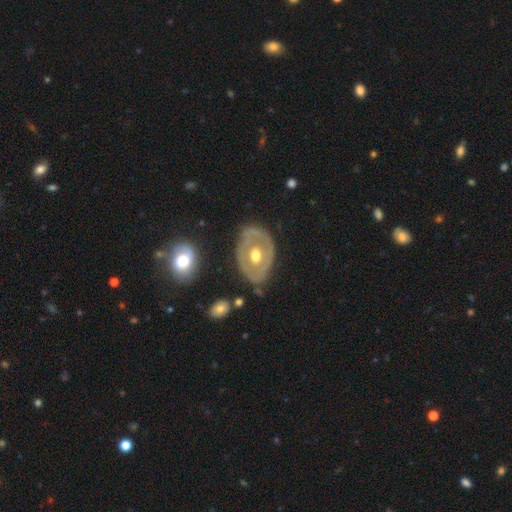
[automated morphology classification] Smooth or featured? featured or disk (68%)
Edge-on disk? no (92%)
Bar? no (77%)
Spiral arms? no (76%)
Bulge size? moderate (77%)
Merging? none (70%)